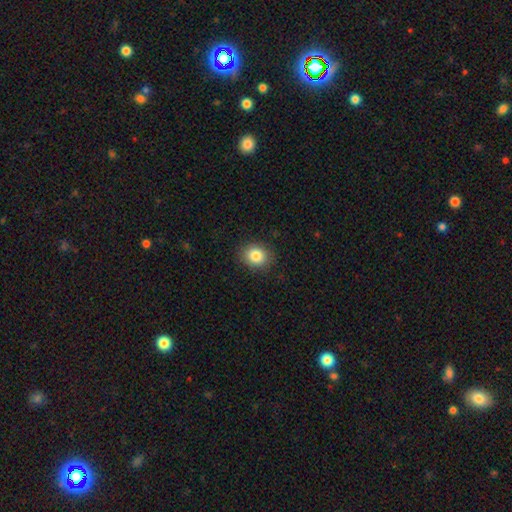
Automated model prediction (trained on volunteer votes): Morphology: type=smooth (83%); roundness=round (64%); merging=none (88%).